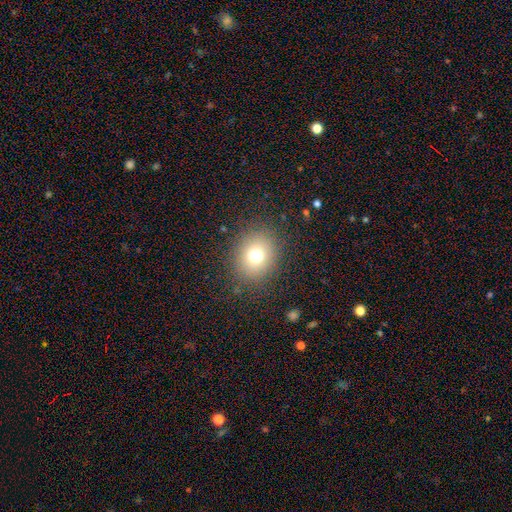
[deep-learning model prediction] Smooth or featured? Predicted: smooth (p=0.73). How rounded? Predicted: round (p=0.64). Merging? Predicted: none (p=0.88).